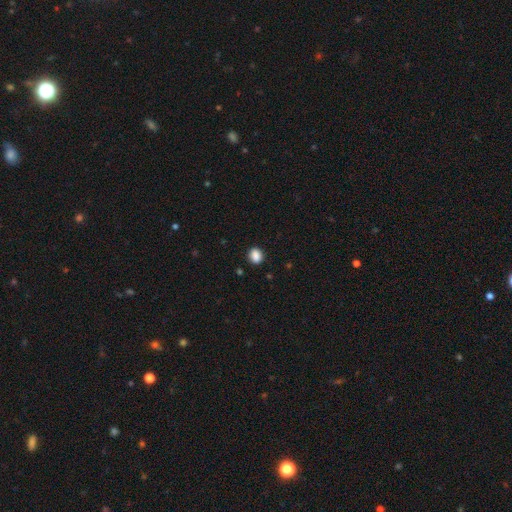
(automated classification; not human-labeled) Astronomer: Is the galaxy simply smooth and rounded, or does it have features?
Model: smooth — 87%.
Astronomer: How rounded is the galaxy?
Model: round — 51% (runner-up: in between, 47%).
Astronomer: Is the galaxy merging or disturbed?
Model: none — 88%.